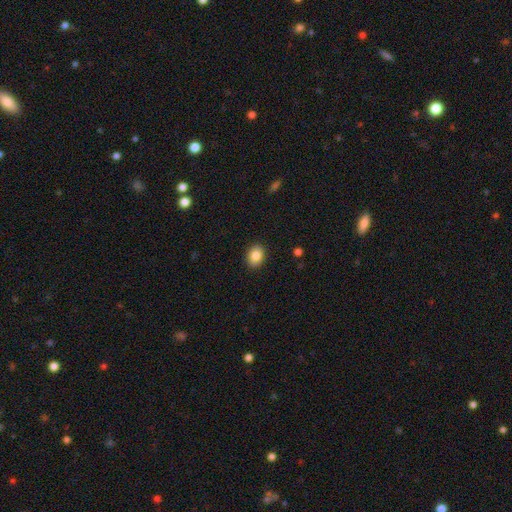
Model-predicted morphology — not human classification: Smooth or featured?
  - smooth: 86% *
  - star or artifact: 8%
  - featured or disk: 6%
How rounded?
  - in between: 68% *
  - round: 31%
  - cigar-shaped: 1%
Merging?
  - none: 90% *
  - minor disturbance: 7%
  - major disturbance: 2%
  - merger: 1%